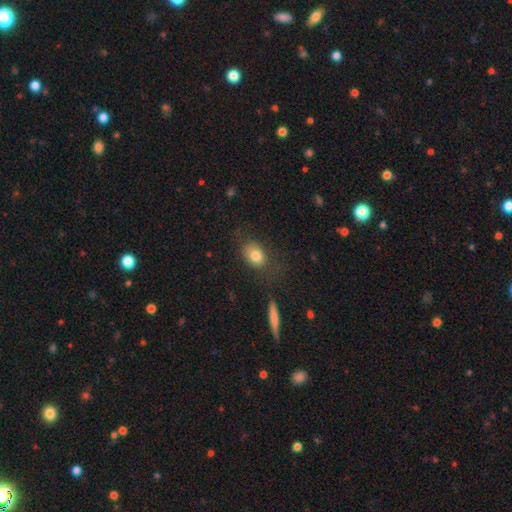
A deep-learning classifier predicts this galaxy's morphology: Smooth or featured: smooth — 80% (featured or disk — 11%)
How rounded: in between — 68% (round — 30%)
Merging: none — 69% (minor disturbance — 18%)